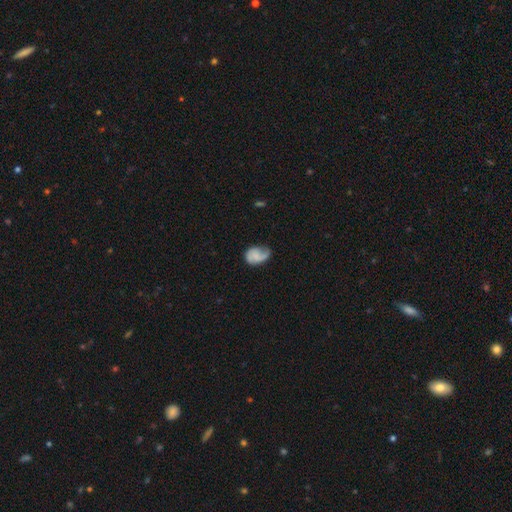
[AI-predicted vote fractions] This appears to be a smooth galaxy with no disk features (47%). Merging: none (43%).